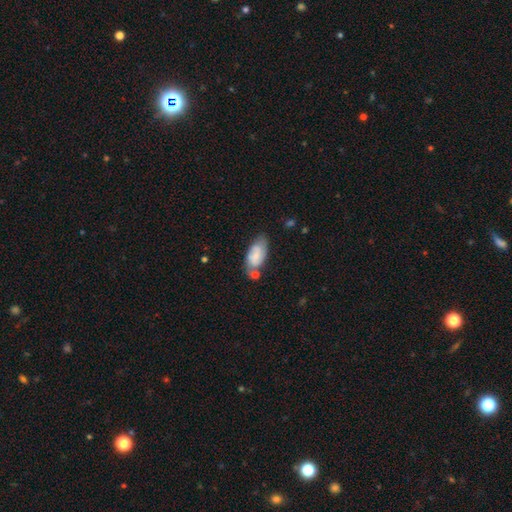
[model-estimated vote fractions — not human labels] A featured or disk galaxy (48%). Merging: none (57%).